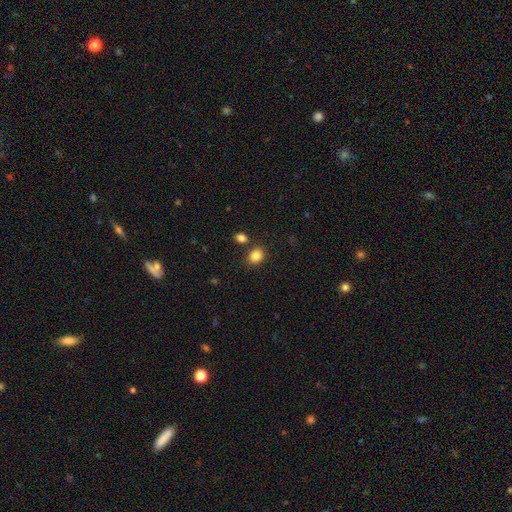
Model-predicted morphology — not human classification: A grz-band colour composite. It shows a smooth galaxy with no disk features (85%) that is round (52%). Merging: none (78%).